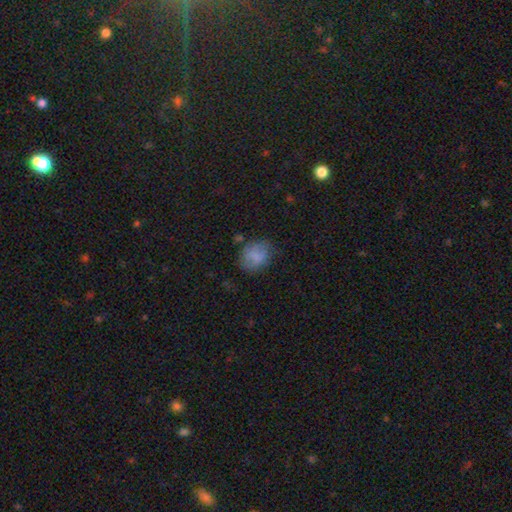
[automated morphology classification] A smooth galaxy with no disk features (77%) that is round (54%). Merging: none (64%).